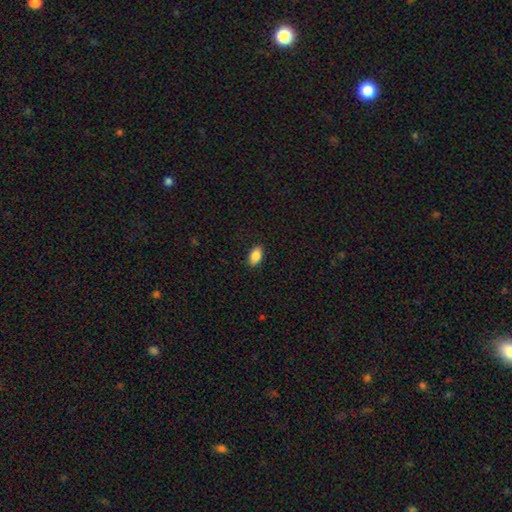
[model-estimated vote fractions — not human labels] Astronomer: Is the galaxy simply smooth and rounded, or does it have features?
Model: smooth — 87%.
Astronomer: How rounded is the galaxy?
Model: in between — 91%.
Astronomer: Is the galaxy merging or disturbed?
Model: none — 87%.